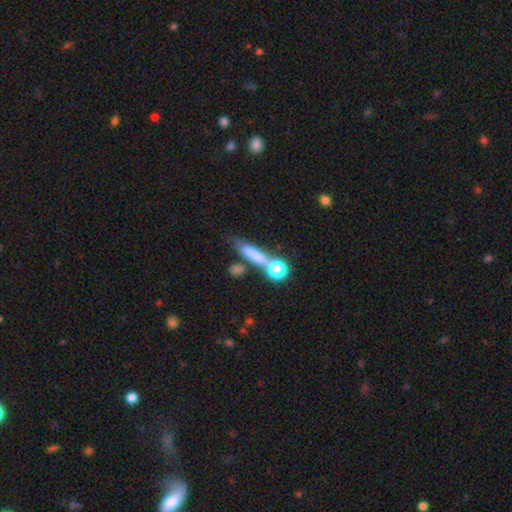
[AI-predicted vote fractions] Morphology: type=smooth (65%); roundness=cigar-shaped (71%); merging=none (55%).